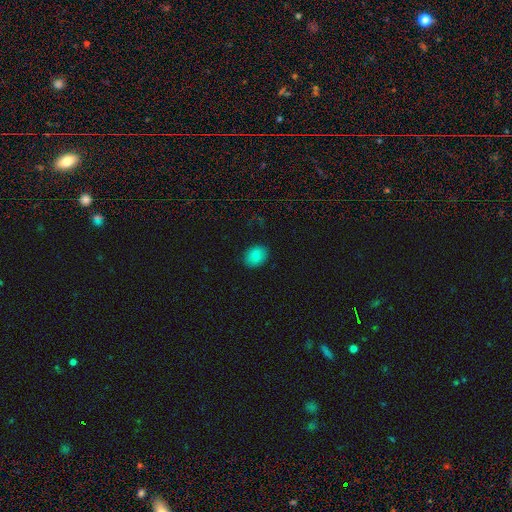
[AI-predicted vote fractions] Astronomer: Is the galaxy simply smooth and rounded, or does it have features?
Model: smooth — 81%.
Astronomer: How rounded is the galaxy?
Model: in between — 65%.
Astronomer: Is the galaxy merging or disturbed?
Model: none — 87%.